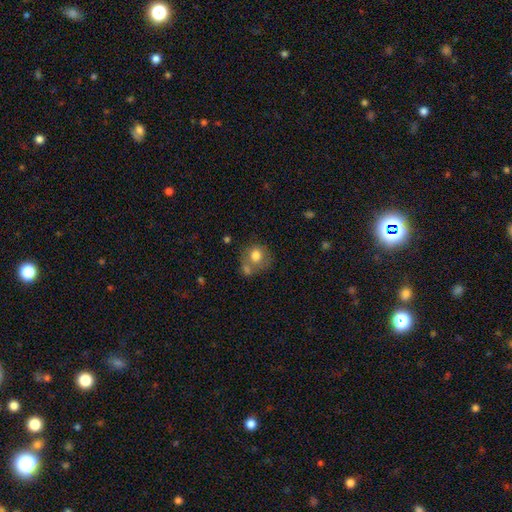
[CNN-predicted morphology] A smooth galaxy with no disk features (76%) that is round (77%). Merging: none (42%).